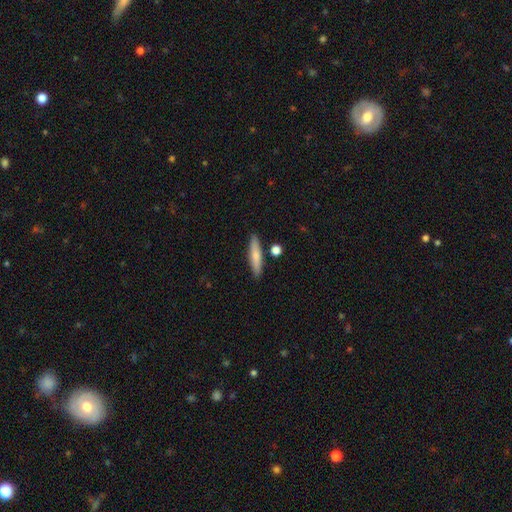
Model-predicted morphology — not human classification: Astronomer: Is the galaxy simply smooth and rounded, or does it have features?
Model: smooth — 71%.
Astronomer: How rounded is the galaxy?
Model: cigar-shaped — 85%.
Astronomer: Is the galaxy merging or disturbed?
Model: none — 84%.